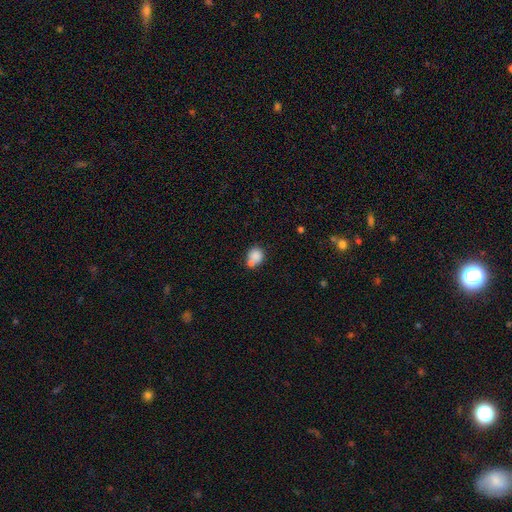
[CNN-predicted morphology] Q: Smooth or featured?
A: smooth (81%); runner-up: star or artifact (10%)
Q: How rounded?
A: round (75%); runner-up: in between (24%)
Q: Merging?
A: none (44%); runner-up: merger (39%)